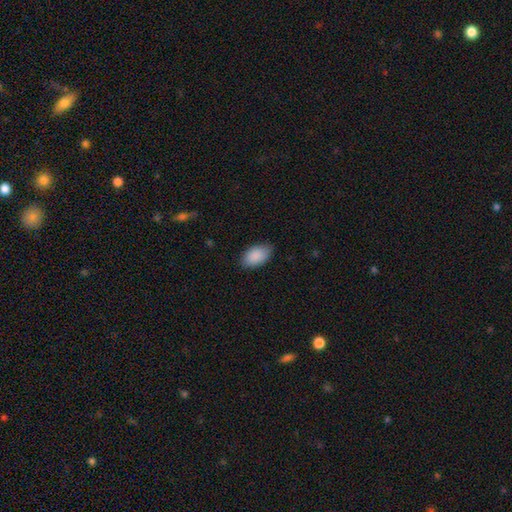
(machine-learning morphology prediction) A smooth galaxy with no disk features (90%) that is in between round and cigar-shaped (94%). Merging: none (82%).